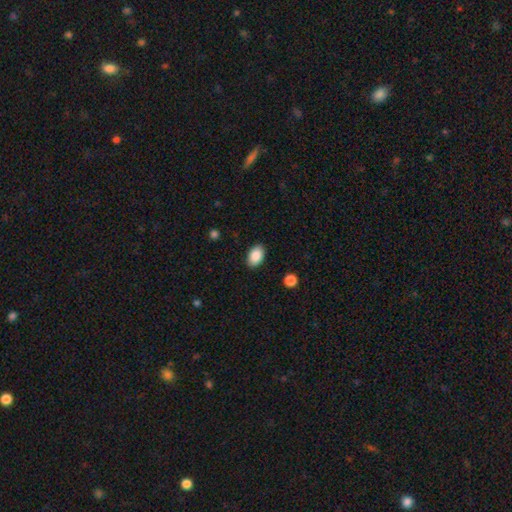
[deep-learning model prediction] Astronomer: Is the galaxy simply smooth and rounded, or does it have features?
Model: smooth — 89%.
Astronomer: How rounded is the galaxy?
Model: in between — 90%.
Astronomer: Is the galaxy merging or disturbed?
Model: none — 88%.